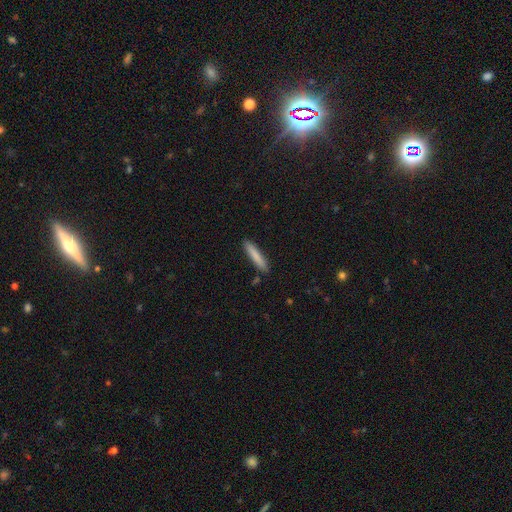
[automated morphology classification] This appears to be a smooth galaxy with no disk features (83%) that is cigar-shaped (91%). Merging: none (87%).